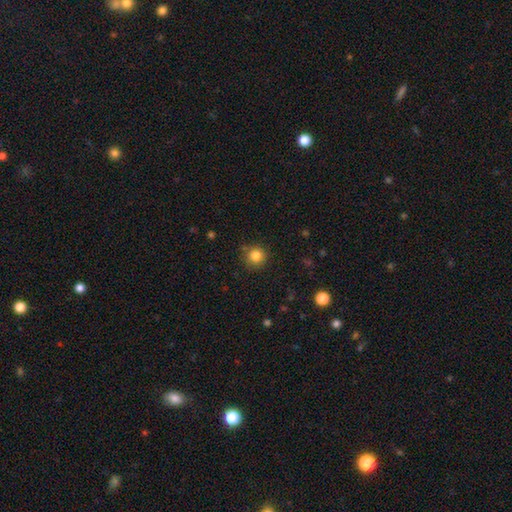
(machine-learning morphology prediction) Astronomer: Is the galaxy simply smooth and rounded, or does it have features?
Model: smooth — 83%.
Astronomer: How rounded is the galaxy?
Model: round — 94%.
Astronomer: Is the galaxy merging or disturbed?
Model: none — 86%.